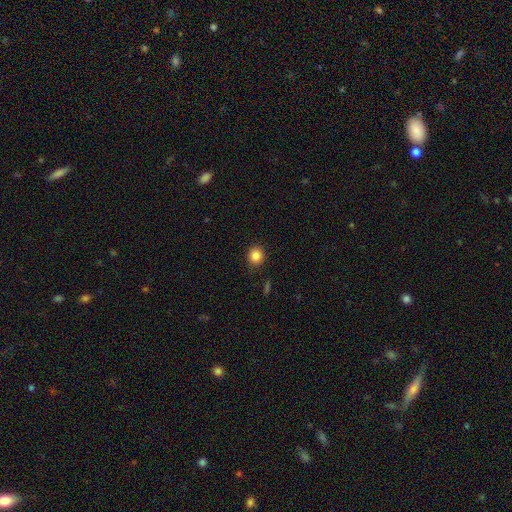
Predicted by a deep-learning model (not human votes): A smooth galaxy with no disk features (85%) that is round (88%). Merging: none (90%).